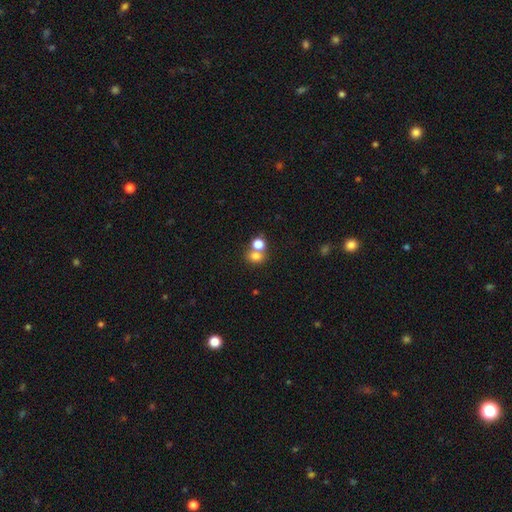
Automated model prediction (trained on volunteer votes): Overall: smooth (75%). How rounded: round (59%; in between 40%). Merging: merger (48%; none 40%).